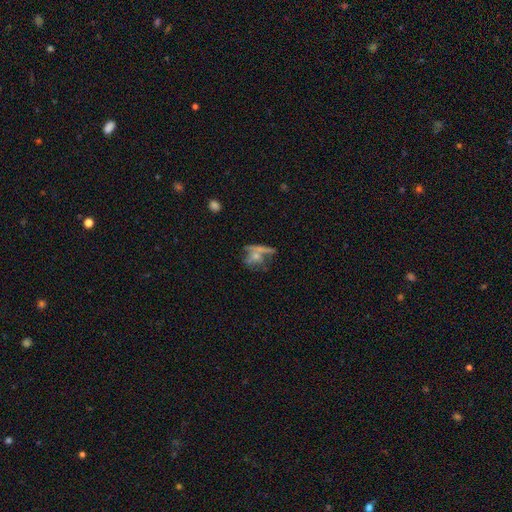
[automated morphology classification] featured or disk 44%, smooth 36%, star or artifact 20%. Down the decision tree: merging — none (43%).